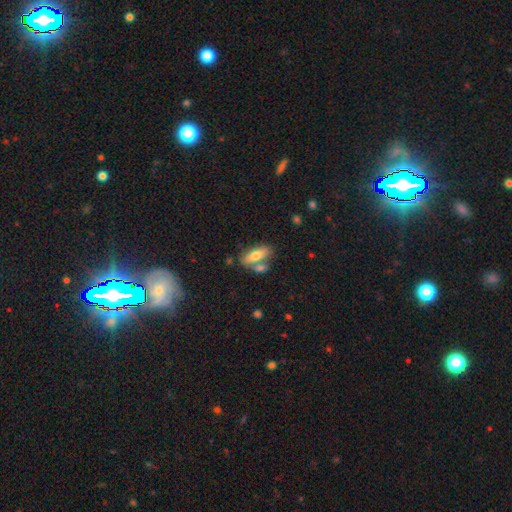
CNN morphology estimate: Smooth or featured?
  - smooth: 68% *
  - featured or disk: 25%
  - star or artifact: 7%
How rounded?
  - in between: 71% *
  - cigar-shaped: 26%
  - round: 3%
Merging?
  - none: 56% *
  - merger: 27%
  - minor disturbance: 12%
  - major disturbance: 4%